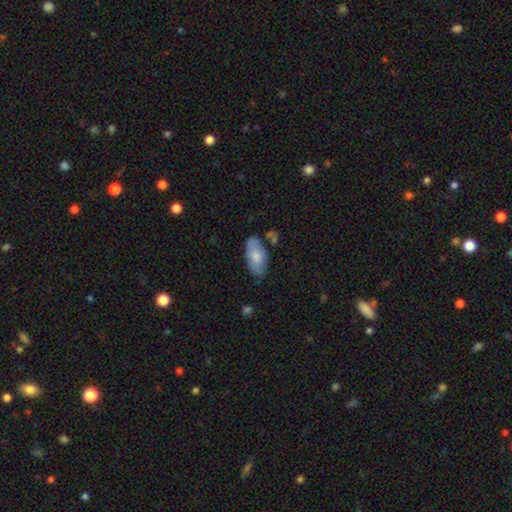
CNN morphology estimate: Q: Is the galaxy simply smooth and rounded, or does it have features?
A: smooth — 71%.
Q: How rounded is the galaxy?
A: in between — 93%.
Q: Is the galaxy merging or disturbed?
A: none — 62%.